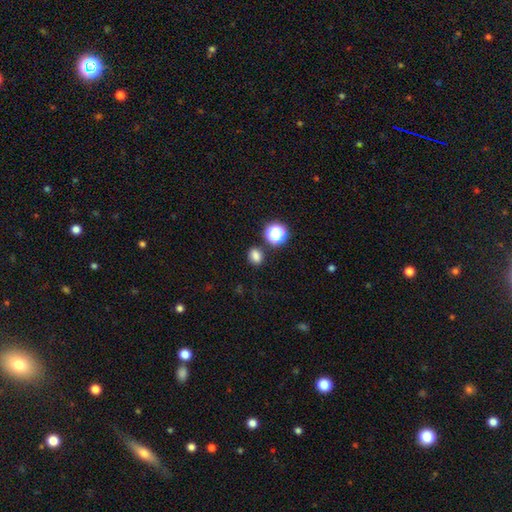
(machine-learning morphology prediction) smooth 79%, star or artifact 16%, featured or disk 5%. Down the decision tree: how rounded — round (53%); merging — none (82%).